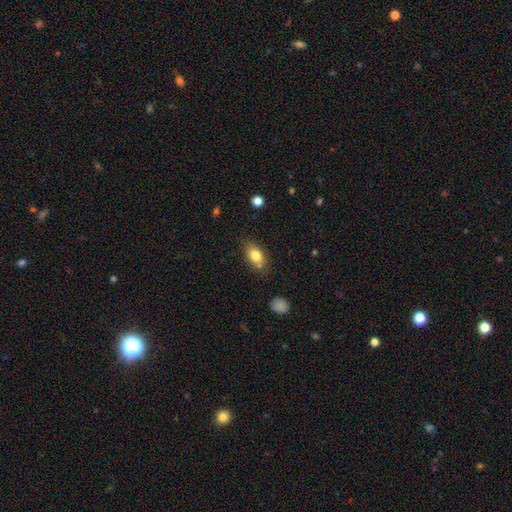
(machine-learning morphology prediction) Q: Smooth or featured?
A: smooth (80%); runner-up: featured or disk (12%)
Q: How rounded?
A: in between (86%); runner-up: round (10%)
Q: Merging?
A: none (74%); runner-up: minor disturbance (17%)